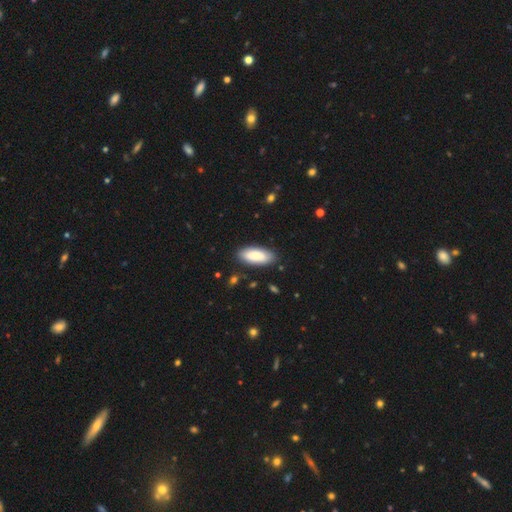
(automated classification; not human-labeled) Overall: smooth (85%). How rounded: in between (84%). Merging: none (86%).